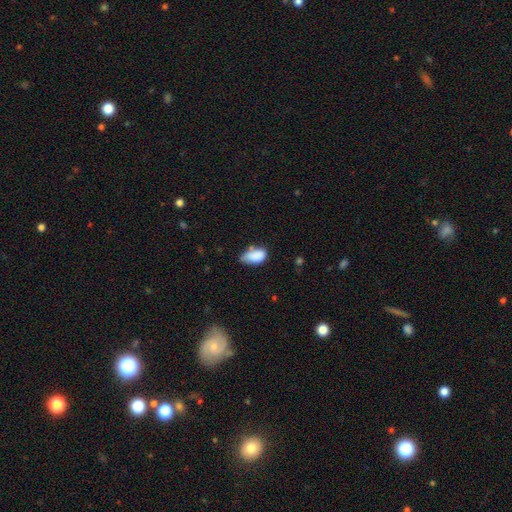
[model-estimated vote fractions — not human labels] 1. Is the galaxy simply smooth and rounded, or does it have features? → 83% smooth, 9% featured or disk, 8% star or artifact.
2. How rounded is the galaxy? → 92% in between, 5% round, 3% cigar-shaped.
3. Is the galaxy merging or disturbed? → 40% minor disturbance (tied), 40% none (tied), 12% major disturbance, 8% merger.